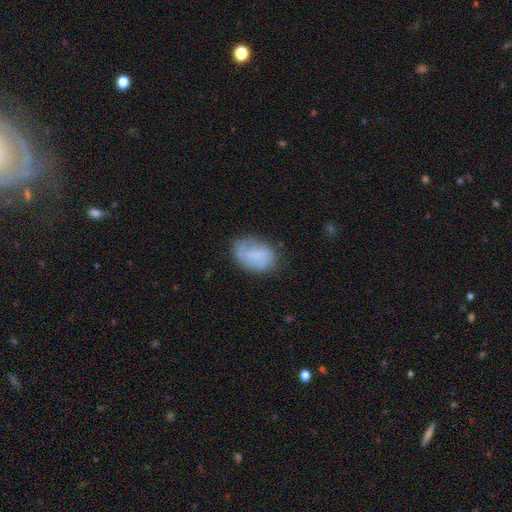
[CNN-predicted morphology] A smooth galaxy with no disk features (64%) that is in between round and cigar-shaped (81%).

Vote fractions:
- Smooth or featured? smooth: 64% / featured or disk: 28% / star or artifact: 8%
- How rounded? in between: 81% / round: 17% / cigar-shaped: 1%
- Merging? none: 54% / minor disturbance: 31% / major disturbance: 13% / merger: 2%